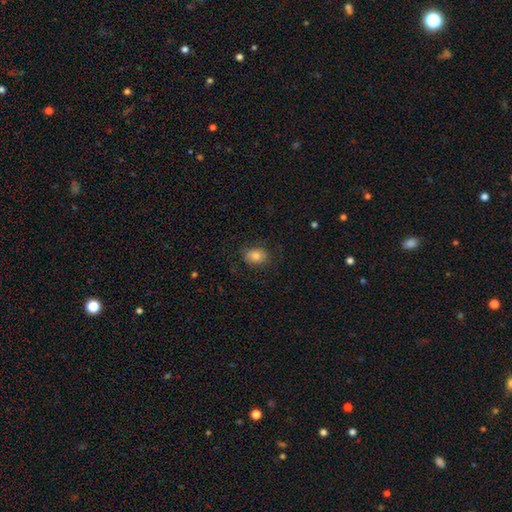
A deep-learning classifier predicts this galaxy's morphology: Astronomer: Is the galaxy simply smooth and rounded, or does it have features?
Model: smooth — 81%.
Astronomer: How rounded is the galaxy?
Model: in between — 71%.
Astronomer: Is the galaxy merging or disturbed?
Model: none — 81%.